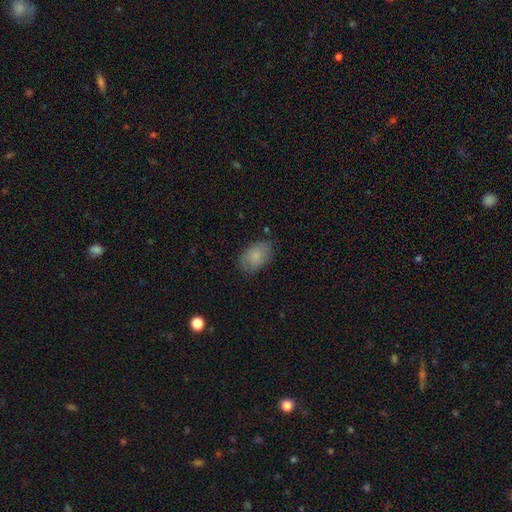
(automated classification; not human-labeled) Q: Smooth or featured?
A: smooth (82%); runner-up: featured or disk (11%)
Q: How rounded?
A: in between (88%); runner-up: round (10%)
Q: Merging?
A: none (76%); runner-up: minor disturbance (18%)